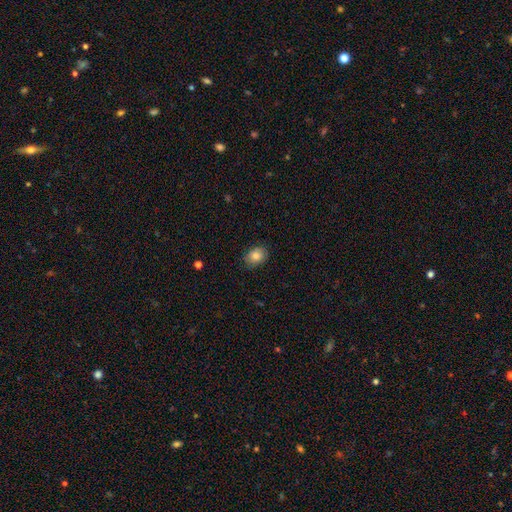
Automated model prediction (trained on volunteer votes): Smooth or featured? smooth (83%)
How rounded? in between (65%)
Merging? none (82%)